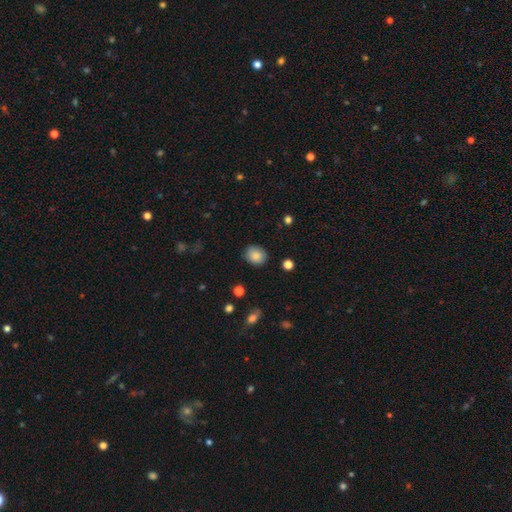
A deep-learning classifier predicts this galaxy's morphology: The model was most divided on "how rounded": round: 61%, in between: 38%, cigar-shaped: 1%. More confident: merging — none (85%); smooth or featured — smooth (83%).